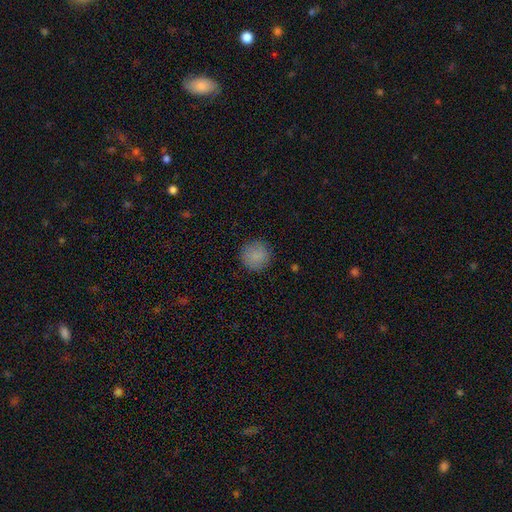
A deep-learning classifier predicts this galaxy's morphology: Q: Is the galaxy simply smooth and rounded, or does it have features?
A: smooth — 86%.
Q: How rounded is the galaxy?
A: round — 95%.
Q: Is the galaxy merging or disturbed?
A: none — 88%.